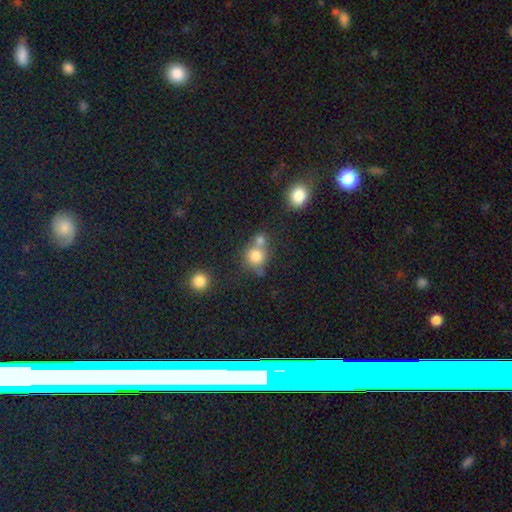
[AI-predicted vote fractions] Smooth or featured?
  - smooth: 78% *
  - star or artifact: 12%
  - featured or disk: 10%
How rounded?
  - round: 82% *
  - in between: 17%
  - cigar-shaped: 1%
Merging?
  - merger: 44% *
  - none: 41%
  - minor disturbance: 10%
  - major disturbance: 5%